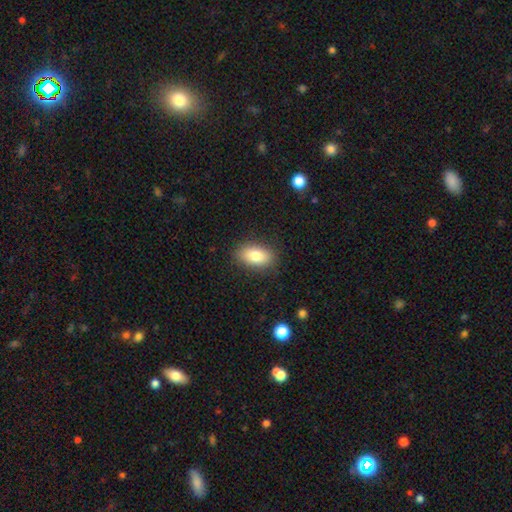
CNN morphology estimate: A smooth galaxy with no disk features (81%) that is in between round and cigar-shaped (91%).

Vote fractions:
- Smooth or featured? smooth: 81% / featured or disk: 11% / star or artifact: 8%
- How rounded? in between: 91% / round: 6% / cigar-shaped: 3%
- Merging? none: 86% / minor disturbance: 10% / major disturbance: 3% / merger: 1%